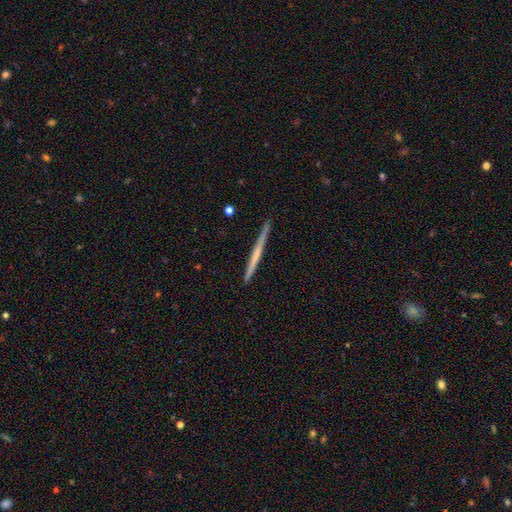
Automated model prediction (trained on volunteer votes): This appears to be a featured or disk galaxy (57%) viewed edge-on (98%) with no central bulge (79%). Merging: none (91%).